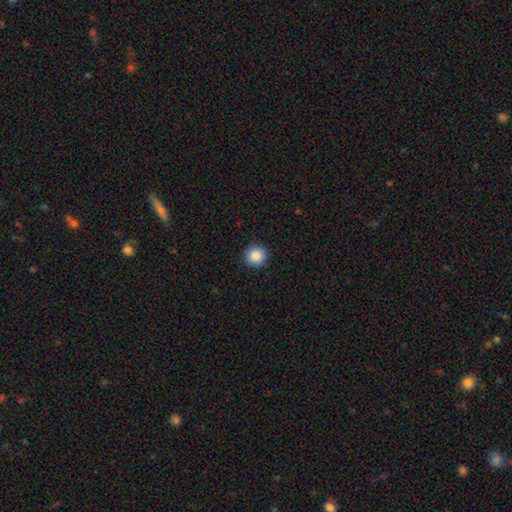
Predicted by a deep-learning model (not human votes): smooth_or_featured: smooth (p=0.87) [alt: star or artifact p=0.09]
how_rounded: round (p=0.94) [alt: in between p=0.05]
merging: none (p=0.92) [alt: minor disturbance p=0.05]